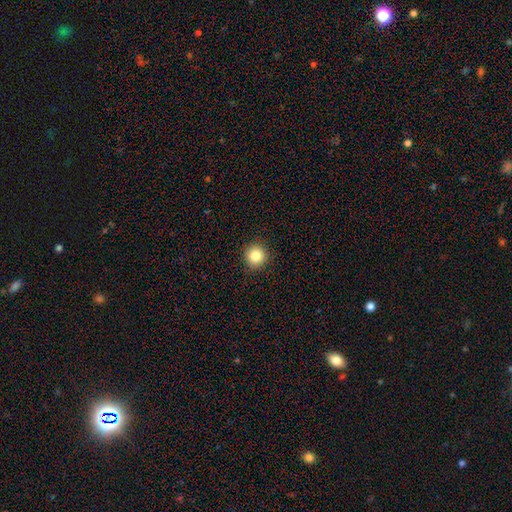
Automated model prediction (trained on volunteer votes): smooth 84%, star or artifact 10%, featured or disk 6%. Down the decision tree: how rounded — round (94%); merging — none (92%).